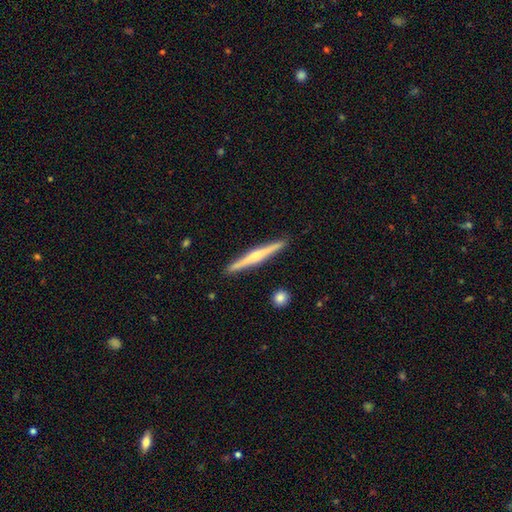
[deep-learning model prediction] Smooth or featured?
  - featured or disk: 68% *
  - smooth: 26%
  - star or artifact: 5%
Edge-on disk?
  - yes: 98% *
  - no: 2%
Edge-on bulge?
  - rounded: 75% *
  - none: 16%
  - boxy: 9%
Merging?
  - none: 91% *
  - minor disturbance: 6%
  - merger: 1%
  - major disturbance: 1%